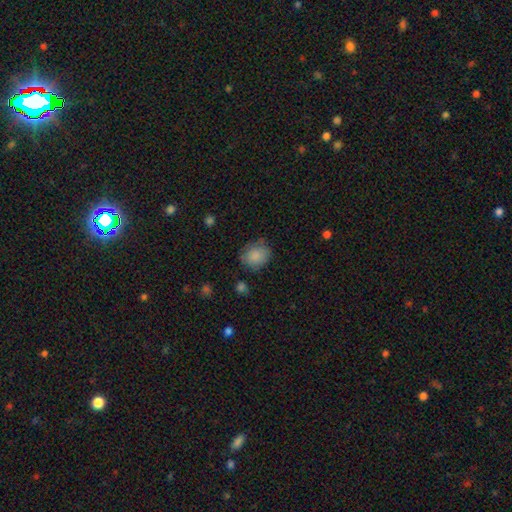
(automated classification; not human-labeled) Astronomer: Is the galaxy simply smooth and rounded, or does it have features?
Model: smooth — 86%.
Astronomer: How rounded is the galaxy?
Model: round — 64%.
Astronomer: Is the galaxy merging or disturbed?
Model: none — 73%.